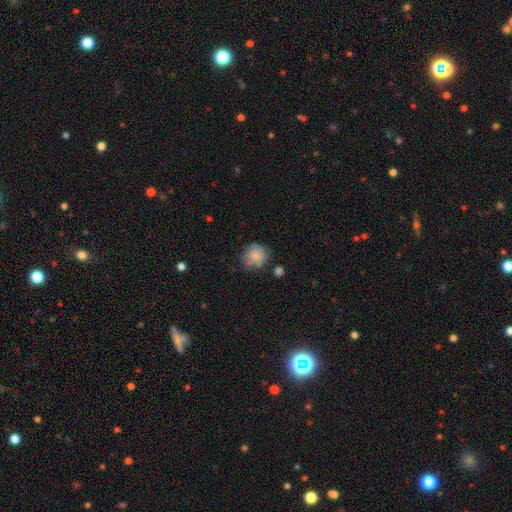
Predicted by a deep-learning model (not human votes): smooth-or-featured: smooth: 70% | featured or disk: 21% | star or artifact: 9%
  how-rounded: round: 77% | in between: 22% | cigar-shaped: 1%
  merging: none: 57% | minor disturbance: 26% | major disturbance: 11% | merger: 7%